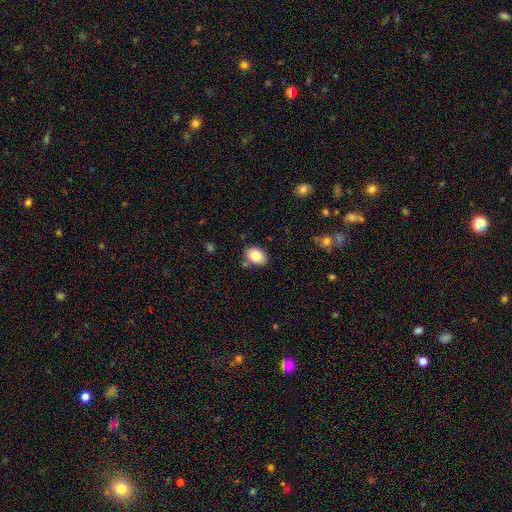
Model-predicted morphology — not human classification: This is clearly a smooth galaxy (85%). How rounded: clearly in between (81%). Merging: likely none (79%).